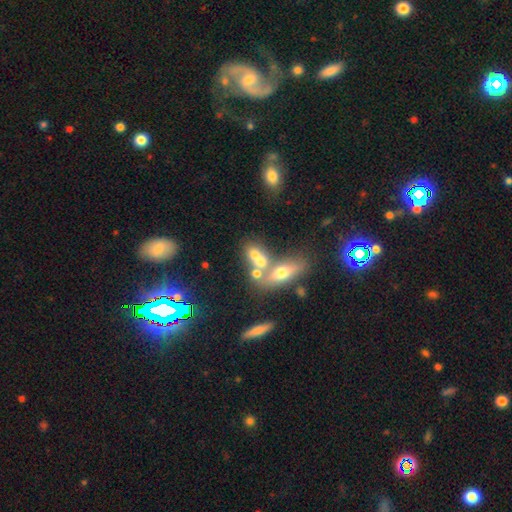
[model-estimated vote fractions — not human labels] The model was most divided on "smooth or featured": smooth: 53%, featured or disk: 27%, star or artifact: 20%. More confident: how rounded — in between (61%); merging — merger (58%).